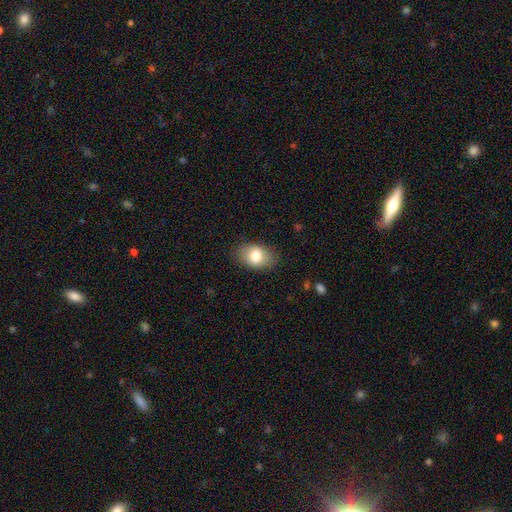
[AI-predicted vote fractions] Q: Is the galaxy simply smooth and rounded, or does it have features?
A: smooth — 79%.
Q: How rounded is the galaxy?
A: in between — 87%.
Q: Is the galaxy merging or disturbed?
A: none — 84%.